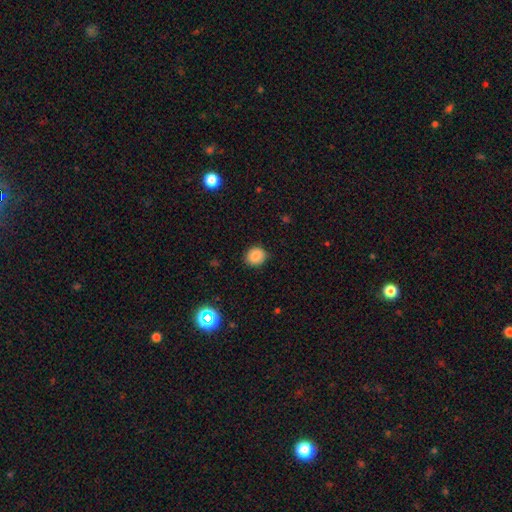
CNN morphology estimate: smooth 85%, star or artifact 10%, featured or disk 5%. Down the decision tree: how rounded — round (77%); merging — none (88%).